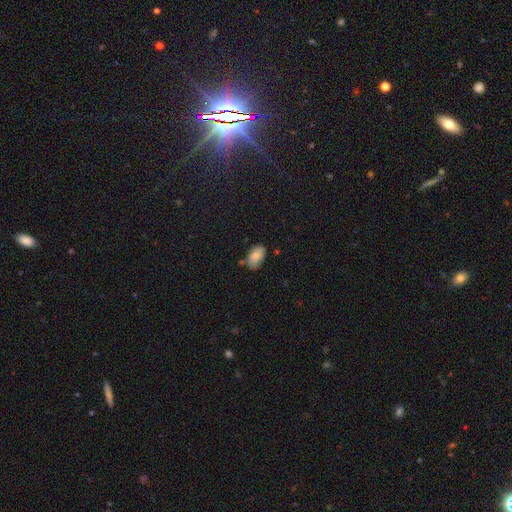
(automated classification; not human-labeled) smooth-or-featured: smooth: 84% | featured or disk: 8% | star or artifact: 8%
  how-rounded: in between: 93% | round: 5% | cigar-shaped: 2%
  merging: none: 69% | minor disturbance: 23% | merger: 5% | major disturbance: 4%